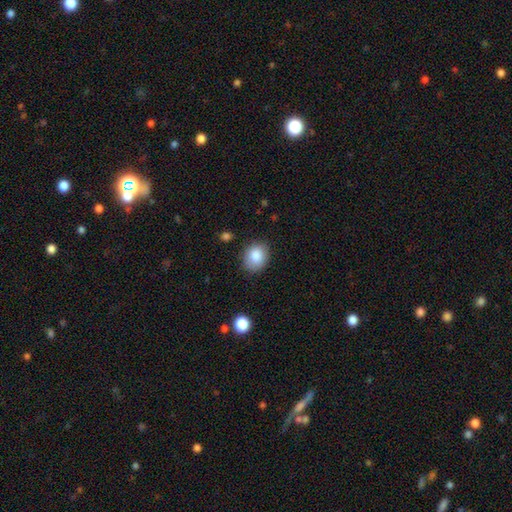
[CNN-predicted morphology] smooth 84%, star or artifact 8%, featured or disk 7%. Down the decision tree: how rounded — round (57%); merging — none (83%).